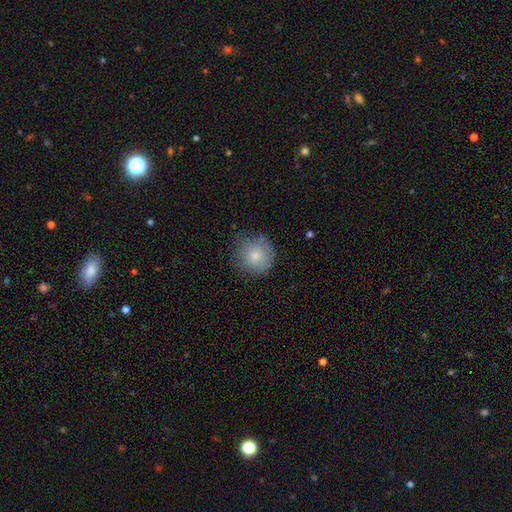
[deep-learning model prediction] Smooth or featured? smooth (80%)
How rounded? round (93%)
Merging? none (71%)